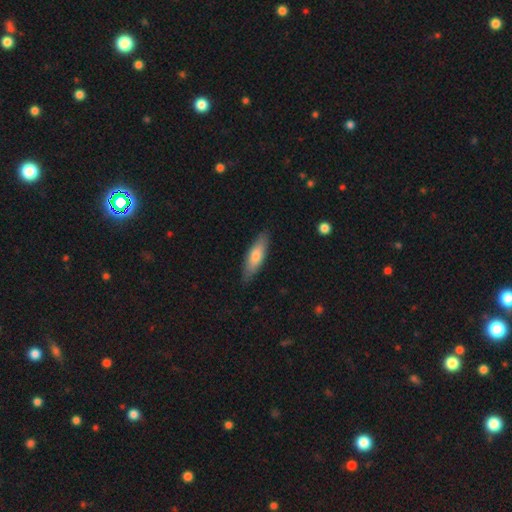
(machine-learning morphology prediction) Smooth or featured? smooth (72%)
How rounded? cigar-shaped (51%)
Merging? none (84%)